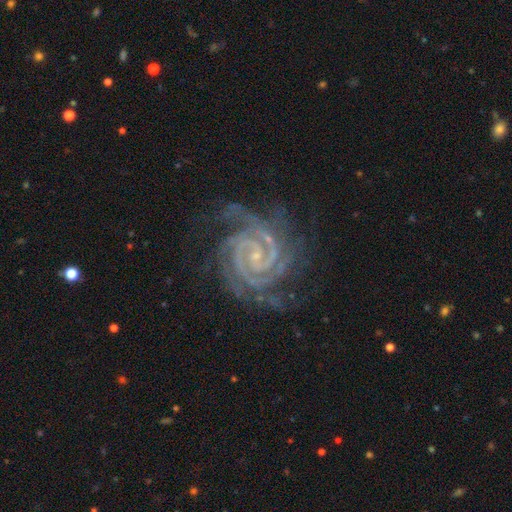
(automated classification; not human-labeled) Smooth or featured: featured or disk — 93% (star or artifact — 5%)
Edge-on disk: no — 98% (yes — 2%)
Bar: no — 43% (weak — 35%)
Spiral arms: yes — 99% (no — 1%)
Spiral winding: tight — 82% (medium — 16%)
Spiral arm count: 2 — 53% (3 — 19%)
Bulge size: small — 84% (moderate — 9%)
Merging: none — 73% (minor disturbance — 18%)